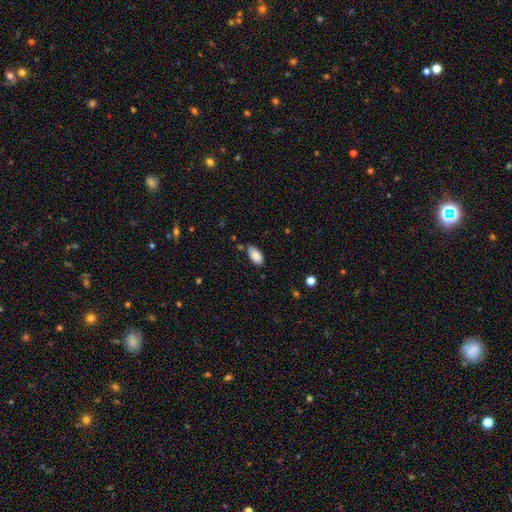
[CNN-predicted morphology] smooth 85%, featured or disk 8%, star or artifact 7%. Down the decision tree: how rounded — in between (94%); merging — none (72%).